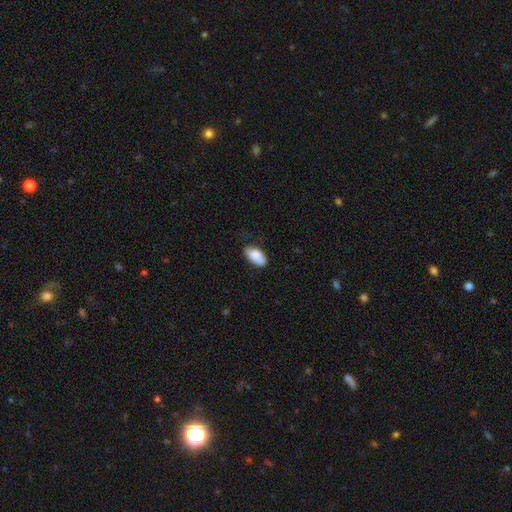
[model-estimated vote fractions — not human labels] Smooth or featured? Predicted: smooth (p=0.83). How rounded? Predicted: in between (p=0.93). Merging? Predicted: none (p=0.67).